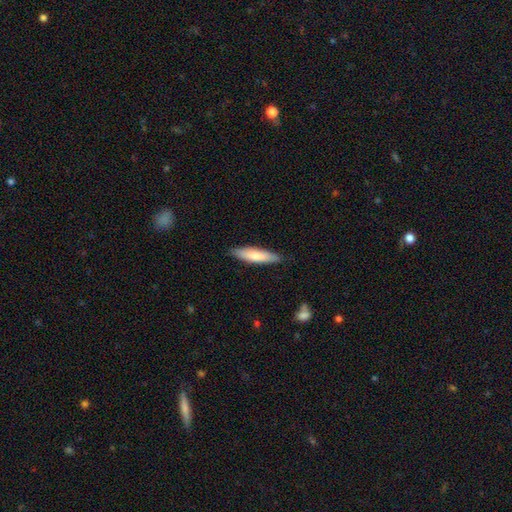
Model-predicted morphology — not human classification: A smooth galaxy with no disk features (74%) that is cigar-shaped (73%).

Vote fractions:
- Smooth or featured? smooth: 74% / featured or disk: 20% / star or artifact: 5%
- How rounded? cigar-shaped: 73% / in between: 25% / round: 1%
- Merging? none: 86% / minor disturbance: 11% / major disturbance: 2% / merger: 1%